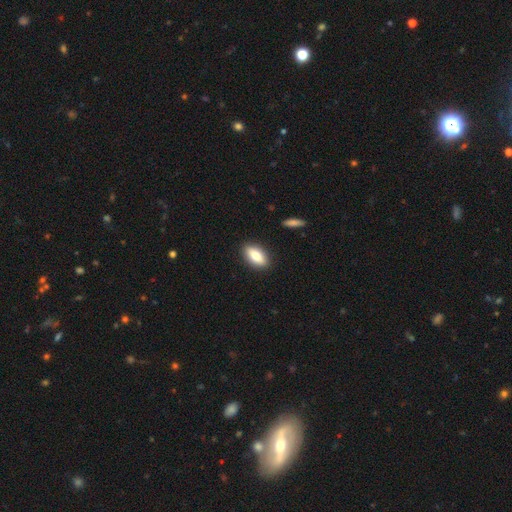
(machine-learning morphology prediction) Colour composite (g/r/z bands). It shows a smooth galaxy with no disk features (80%) that is in between round and cigar-shaped (87%). Merging: none (89%).